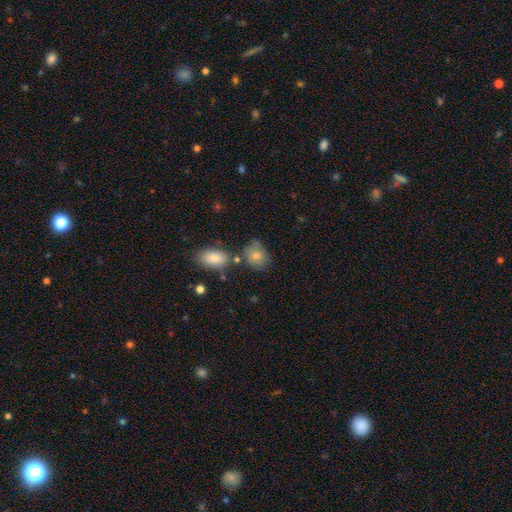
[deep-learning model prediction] This appears to be a smooth galaxy with no disk features (80%) that is round (50%). Merging: none (61%).